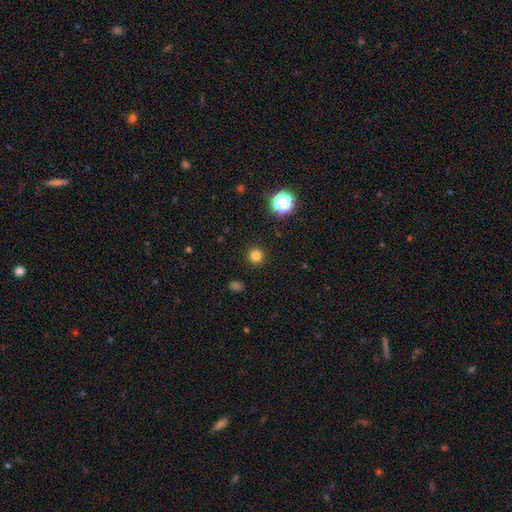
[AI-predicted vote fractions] Morphology: type=smooth (80%); roundness=round (95%); merging=none (92%).